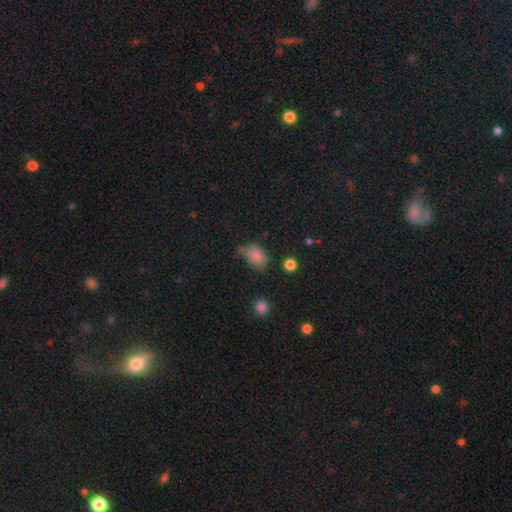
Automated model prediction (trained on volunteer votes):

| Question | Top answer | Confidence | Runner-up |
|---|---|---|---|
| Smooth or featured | smooth | 81% | star or artifact (10%) |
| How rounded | in between | 84% | round (14%) |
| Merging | minor disturbance | 39% | tied: none (39%) |